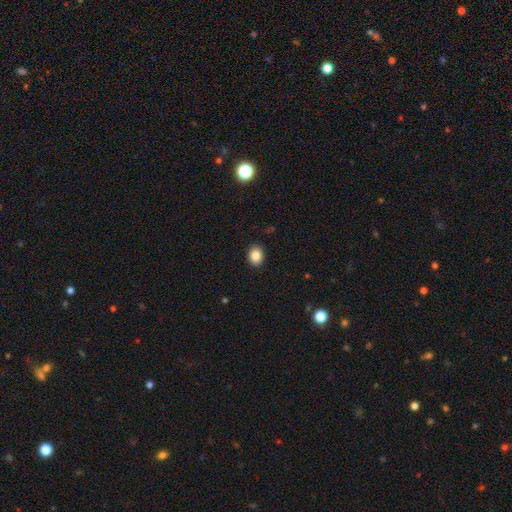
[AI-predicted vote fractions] The model was most divided on "how rounded": in between: 55%, round: 44%, cigar-shaped: 1%. More confident: merging — none (90%); smooth or featured — smooth (85%).